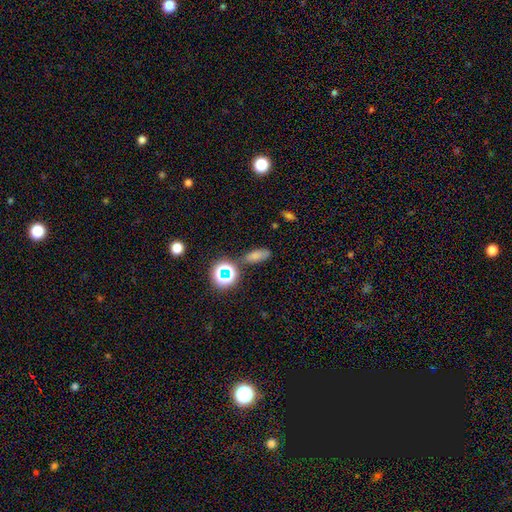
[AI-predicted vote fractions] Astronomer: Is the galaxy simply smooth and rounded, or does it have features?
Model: smooth — 69%.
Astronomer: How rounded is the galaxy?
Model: in between — 72%.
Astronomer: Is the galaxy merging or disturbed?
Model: none — 75%.